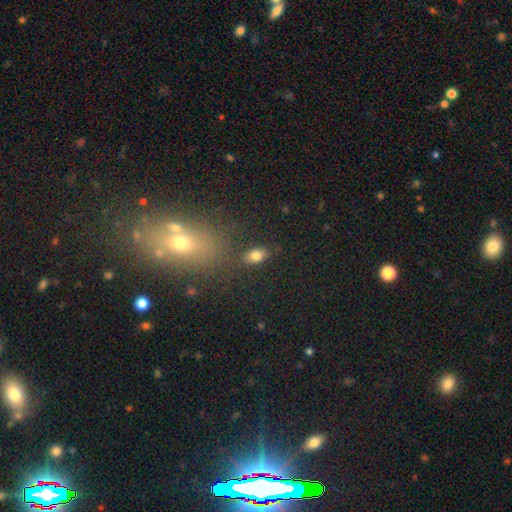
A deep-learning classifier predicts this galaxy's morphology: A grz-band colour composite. It shows a smooth galaxy with no disk features (79%) that is in between round and cigar-shaped (88%). Merging: none (84%).